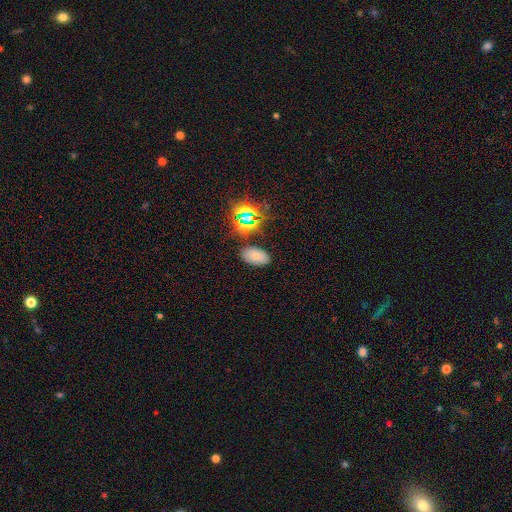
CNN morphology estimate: smooth-or-featured: smooth: 65% | star or artifact: 23% | featured or disk: 12%
  how-rounded: in between: 91% | round: 7% | cigar-shaped: 2%
  merging: none: 81% | minor disturbance: 12% | major disturbance: 4% | merger: 3%